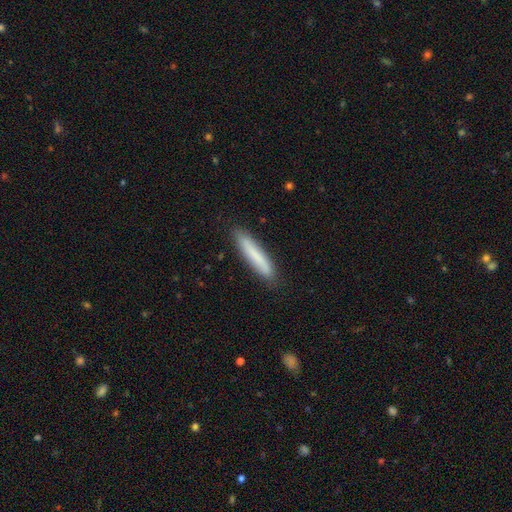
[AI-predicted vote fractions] A smooth galaxy with no disk features (76%) that is cigar-shaped (90%).

Vote fractions:
- Smooth or featured? smooth: 76% / featured or disk: 17% / star or artifact: 6%
- How rounded? cigar-shaped: 90% / in between: 9% / round: 1%
- Merging? none: 86% / minor disturbance: 10% / major disturbance: 2% / merger: 1%